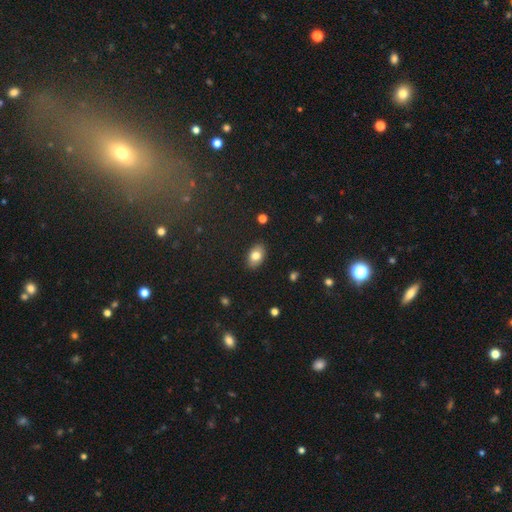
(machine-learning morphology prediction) This appears to be a smooth galaxy with no disk features (78%) that is in between round and cigar-shaped (89%). Merging: none (87%).